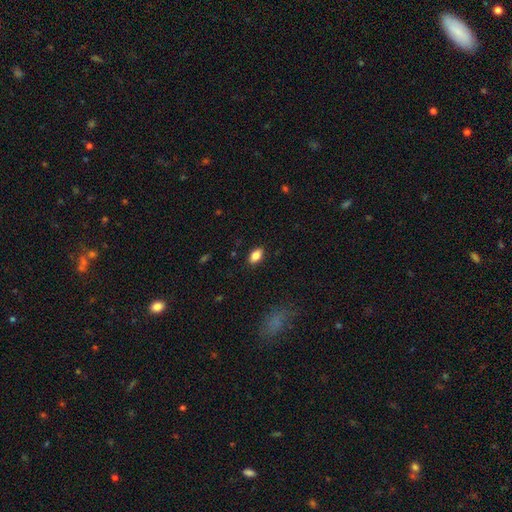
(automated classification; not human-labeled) Smooth or featured: smooth — 83% (featured or disk — 9%)
How rounded: in between — 90% (round — 7%)
Merging: none — 87% (minor disturbance — 10%)